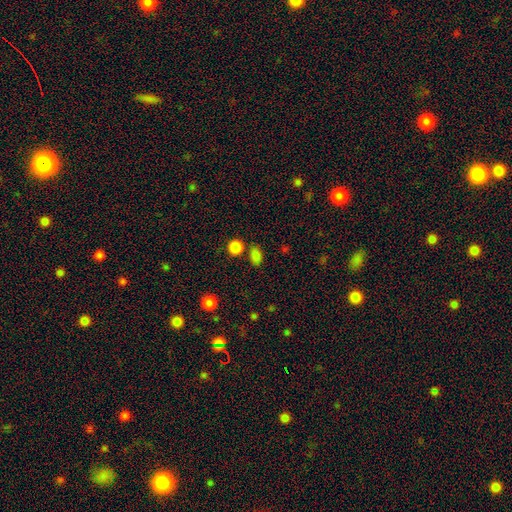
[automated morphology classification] This is clearly a smooth galaxy (83%). How rounded: likely in between (66%). Merging: likely none (73%).